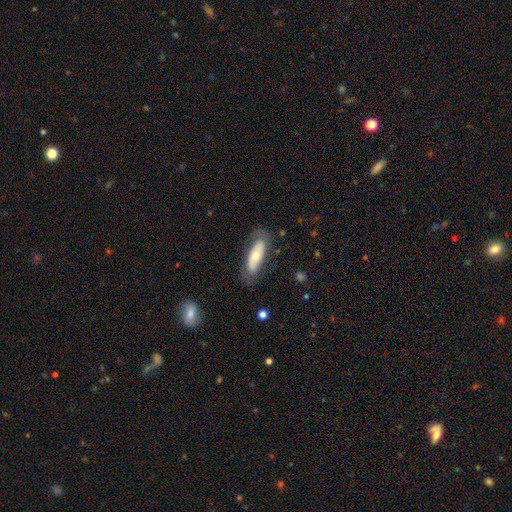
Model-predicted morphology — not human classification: smooth-or-featured: smooth: 53% | featured or disk: 41% | star or artifact: 6%
  how-rounded: in between: 62% | cigar-shaped: 36% | round: 2%
  merging: none: 70% | minor disturbance: 20% | major disturbance: 9% | merger: 2%